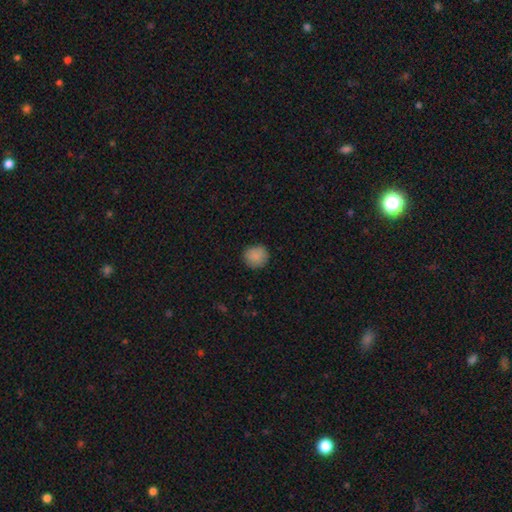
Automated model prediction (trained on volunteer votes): A smooth galaxy with no disk features (88%) that is round (90%).

Vote fractions:
- Smooth or featured? smooth: 88% / star or artifact: 8% / featured or disk: 4%
- How rounded? round: 90% / in between: 9% / cigar-shaped: 1%
- Merging? none: 88% / minor disturbance: 9% / major disturbance: 2% / merger: 1%